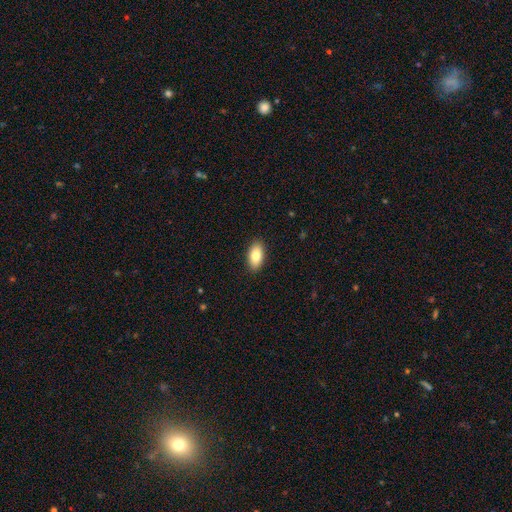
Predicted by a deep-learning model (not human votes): Smooth or featured? smooth (83%)
How rounded? in between (93%)
Merging? none (90%)